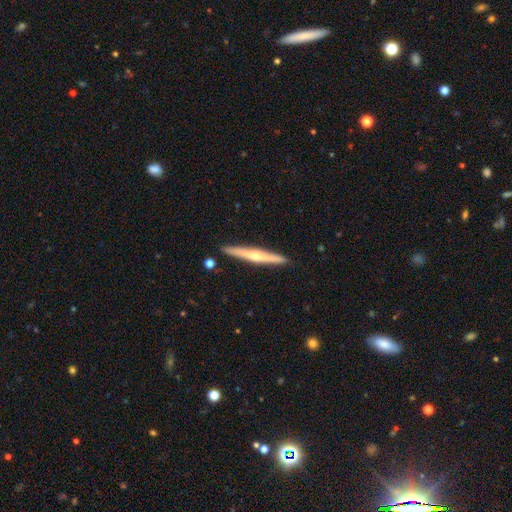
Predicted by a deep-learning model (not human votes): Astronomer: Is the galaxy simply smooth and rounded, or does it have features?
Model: featured or disk — 64%.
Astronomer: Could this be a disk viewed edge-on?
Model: yes — 97%.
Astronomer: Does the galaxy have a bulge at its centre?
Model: rounded — 80%.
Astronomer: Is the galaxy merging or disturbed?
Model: none — 91%.